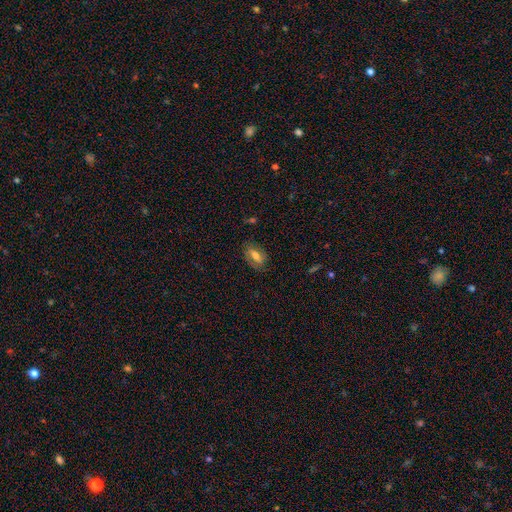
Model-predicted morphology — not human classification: Smooth or featured?
  - smooth: 58% *
  - featured or disk: 33%
  - star or artifact: 9%
How rounded?
  - in between: 84% *
  - round: 10%
  - cigar-shaped: 6%
Merging?
  - none: 77% *
  - minor disturbance: 16%
  - major disturbance: 5%
  - merger: 1%